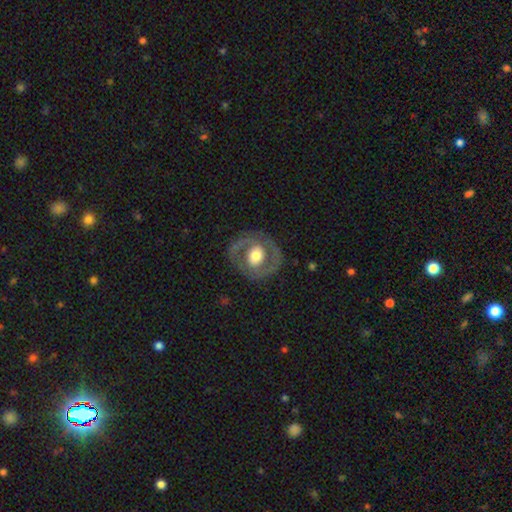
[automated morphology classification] featured or disk 65%, smooth 30%, star or artifact 5%. Down the decision tree: edge-on disk — no (96%); bar — no (60%); spiral arms — no (52%); bulge size — moderate (52%); merging — none (80%).